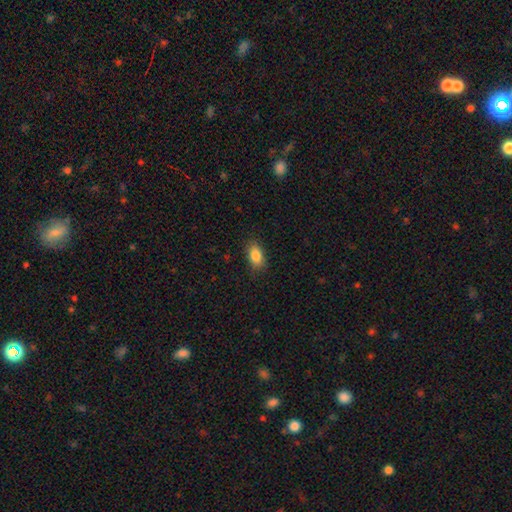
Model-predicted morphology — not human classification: Smooth or featured: smooth — 85% (star or artifact — 8%)
How rounded: in between — 89% (round — 8%)
Merging: none — 86% (minor disturbance — 11%)